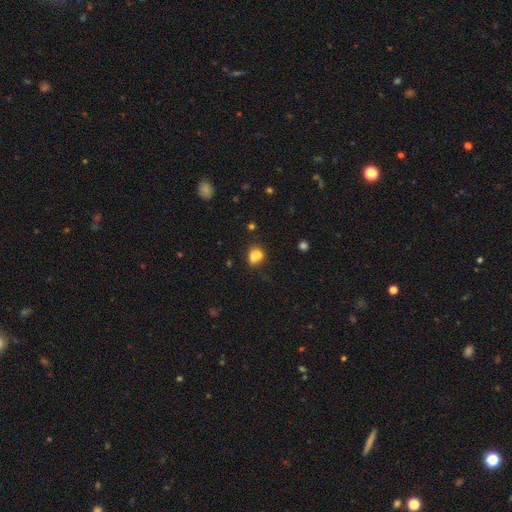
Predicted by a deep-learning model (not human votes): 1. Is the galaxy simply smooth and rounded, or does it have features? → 68% smooth, 19% featured or disk, 12% star or artifact.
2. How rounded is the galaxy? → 59% round, 39% in between, 1% cigar-shaped.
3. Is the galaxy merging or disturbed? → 57% merger, 30% none, 9% minor disturbance, 5% major disturbance.